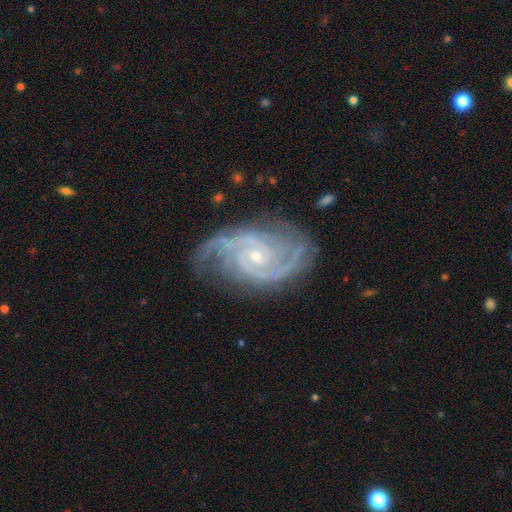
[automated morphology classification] Smooth or featured?
  - featured or disk: 92% *
  - star or artifact: 5%
  - smooth: 3%
Edge-on disk?
  - no: 97% *
  - yes: 3%
Bar?
  - no: 65% *
  - weak: 27%
  - strong: 8%
Spiral arms?
  - yes: 99% *
  - no: 1%
Spiral winding?
  - tight: 56% *
  - medium: 38%
  - loose: 6%
Spiral arm count?
  - 2: 44% *
  - 3: 23%
  - can't tell: 11%
  - 4: 10%
  - more than 4: 6%
  - 1: 6%
Bulge size?
  - small: 72% *
  - moderate: 25%
  - none: 1%
  - large: 1%
  - dominant: 1%
Merging?
  - none: 72% *
  - minor disturbance: 19%
  - major disturbance: 7%
  - merger: 2%